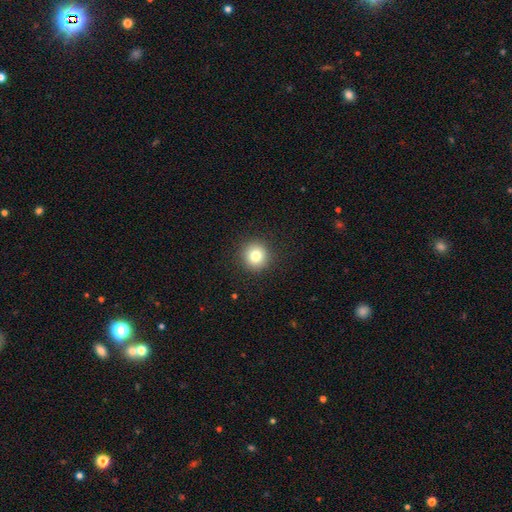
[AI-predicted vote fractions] Smooth or featured: smooth — 81% (star or artifact — 11%)
How rounded: round — 93% (in between — 6%)
Merging: none — 92% (minor disturbance — 5%)